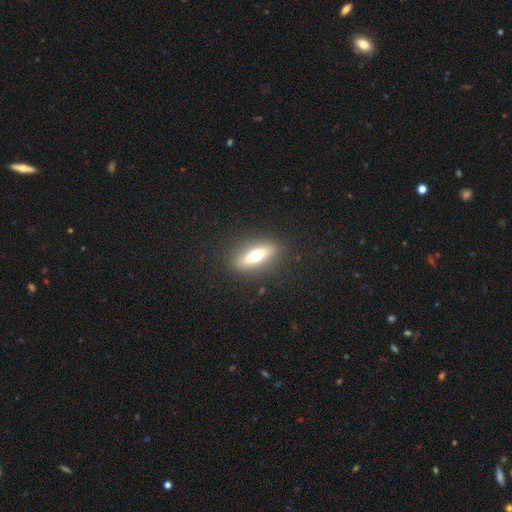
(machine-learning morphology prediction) Smooth or featured? Predicted: smooth (p=0.52). How rounded? Predicted: in between (p=0.50). Merging? Predicted: none (p=0.87).